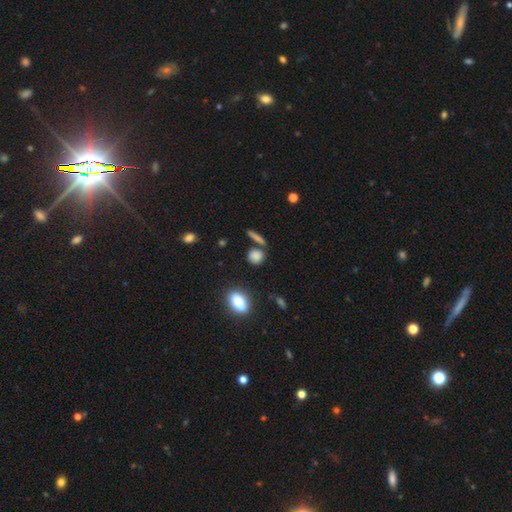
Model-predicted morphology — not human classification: Smooth or featured: smooth — 82% (star or artifact — 11%)
How rounded: round — 67% (in between — 23%)
Merging: none — 72% (merger — 13%)